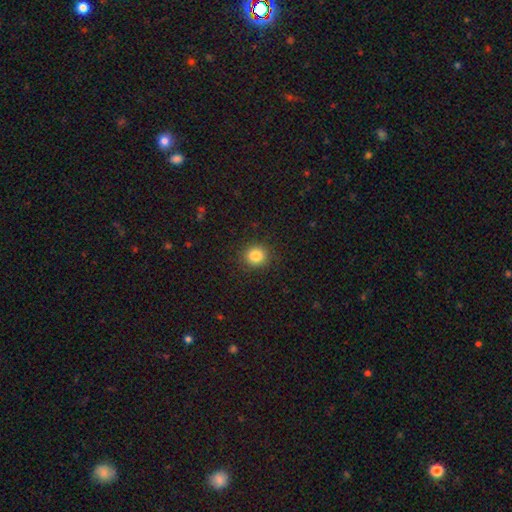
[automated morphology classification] smooth_or_featured: smooth (p=0.84) [alt: star or artifact p=0.11]
how_rounded: round (p=0.89) [alt: in between p=0.10]
merging: none (p=0.90) [alt: minor disturbance p=0.07]